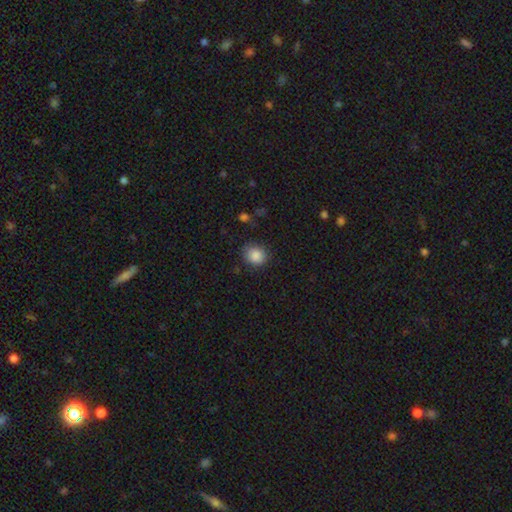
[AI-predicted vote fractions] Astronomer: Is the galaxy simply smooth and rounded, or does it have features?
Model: smooth — 87%.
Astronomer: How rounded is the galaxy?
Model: round — 74%.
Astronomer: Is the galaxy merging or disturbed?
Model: none — 81%.